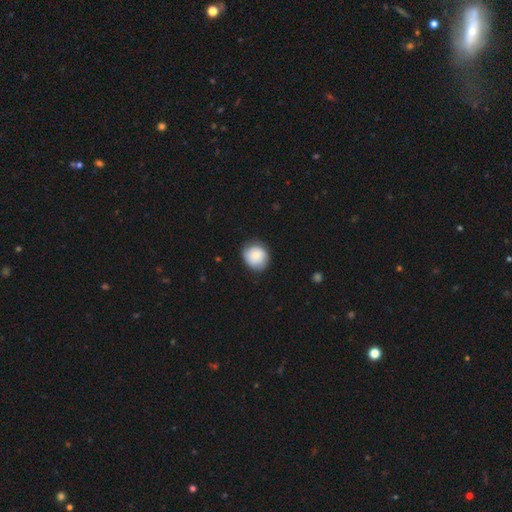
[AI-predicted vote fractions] This appears to be a smooth galaxy with no disk features (79%) that is round (84%). Merging: none (80%).